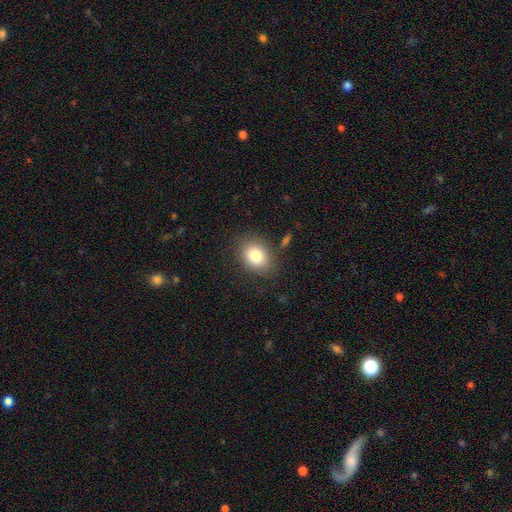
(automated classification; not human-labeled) Smooth or featured: smooth — 81% (star or artifact — 10%)
How rounded: in between — 53% (round — 46%)
Merging: none — 83% (minor disturbance — 11%)